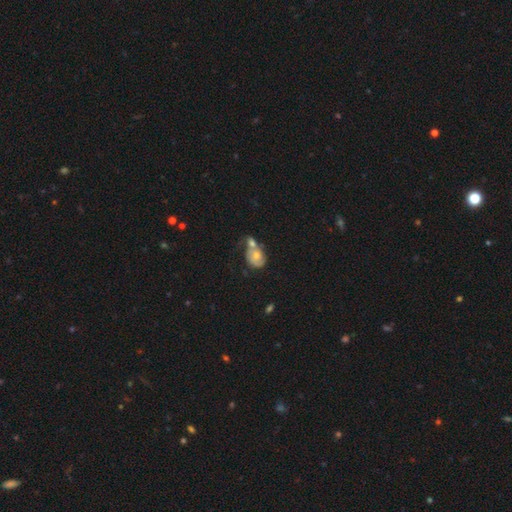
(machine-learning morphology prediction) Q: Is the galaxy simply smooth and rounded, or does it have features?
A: smooth — 51%.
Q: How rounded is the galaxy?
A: in between — 62%.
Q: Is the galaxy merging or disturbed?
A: merger — 54%.